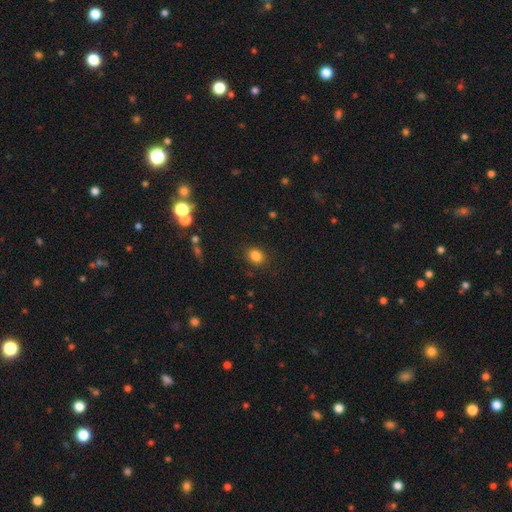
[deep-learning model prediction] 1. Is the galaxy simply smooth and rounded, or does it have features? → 84% smooth, 12% star or artifact, 4% featured or disk.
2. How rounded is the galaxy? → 55% in between, 44% round, 1% cigar-shaped.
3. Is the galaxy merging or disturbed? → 85% none, 10% minor disturbance, 3% major disturbance, 2% merger.